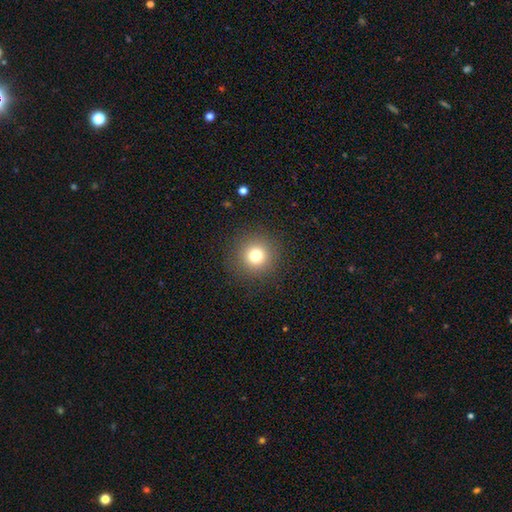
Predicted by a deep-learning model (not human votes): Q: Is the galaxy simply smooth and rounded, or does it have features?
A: smooth — 78%.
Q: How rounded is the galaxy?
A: round — 95%.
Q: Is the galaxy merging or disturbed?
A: none — 90%.